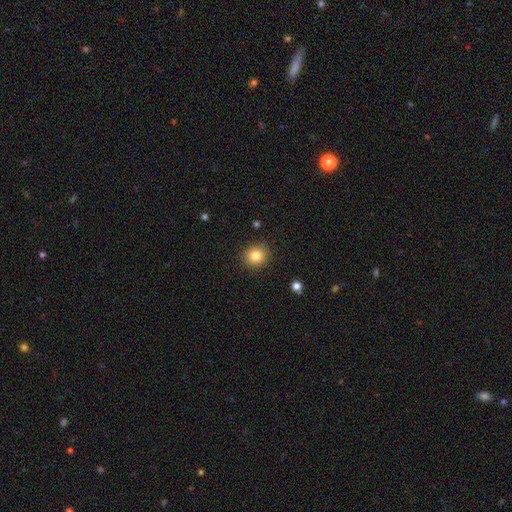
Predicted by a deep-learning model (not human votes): smooth-or-featured: smooth: 83% | star or artifact: 11% | featured or disk: 6%
  how-rounded: round: 88% | in between: 12% | cigar-shaped: 1%
  merging: none: 89% | minor disturbance: 7% | major disturbance: 2% | merger: 1%